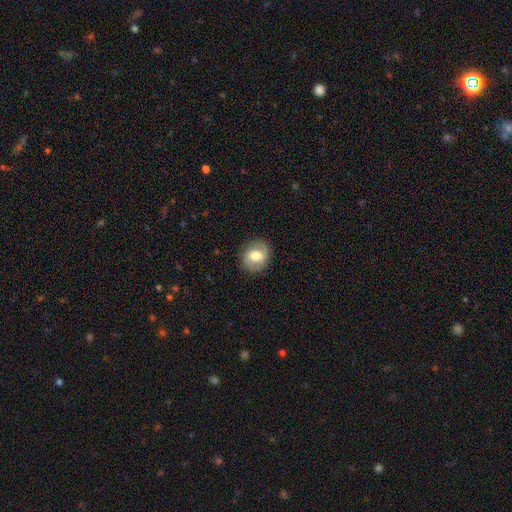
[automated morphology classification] type=smooth (55%); roundness=round (69%); merging=none (86%).